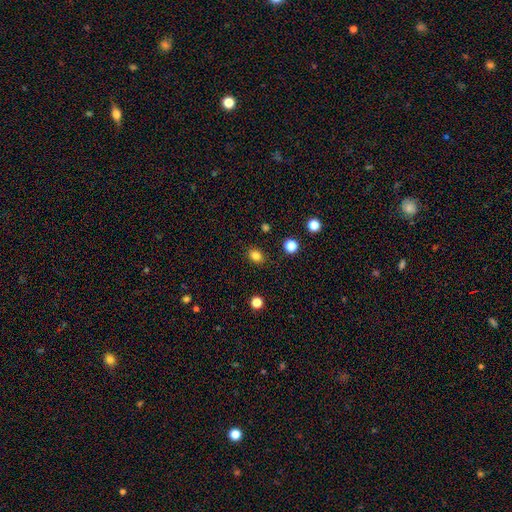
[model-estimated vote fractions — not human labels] This is clearly a smooth galaxy (83%). How rounded: possibly in between (53%). Merging: clearly none (86%).